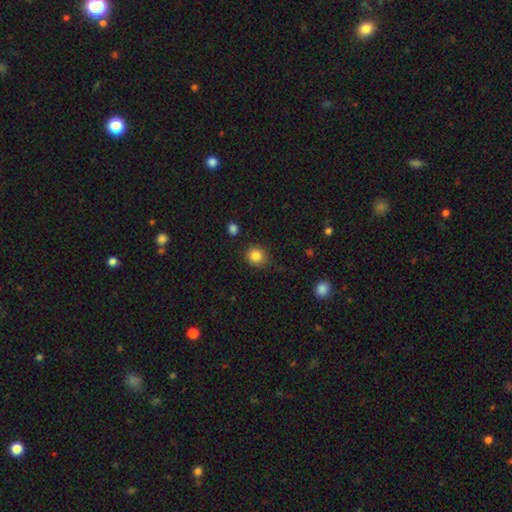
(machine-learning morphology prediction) A smooth galaxy with no disk features (84%) that is round (87%). Merging: none (86%).